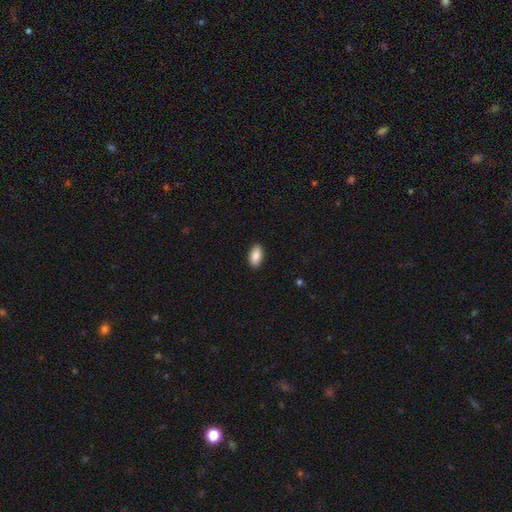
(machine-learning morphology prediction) Smooth or featured: smooth — 89% (star or artifact — 7%)
How rounded: in between — 94% (cigar-shaped — 3%)
Merging: none — 90% (minor disturbance — 7%)